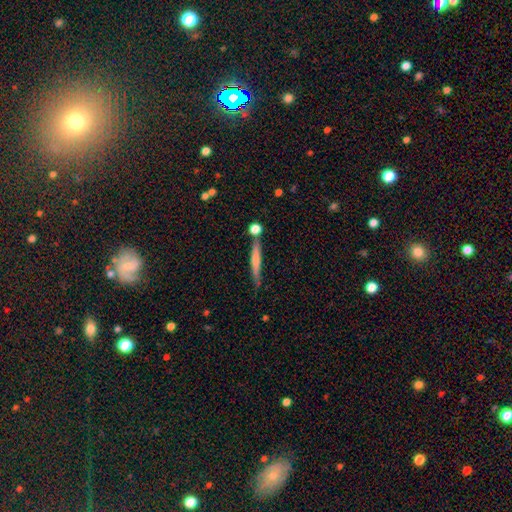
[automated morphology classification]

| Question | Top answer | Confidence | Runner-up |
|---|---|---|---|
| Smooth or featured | smooth | 47% | featured or disk (46%) |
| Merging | none | 79% | minor disturbance (13%) |